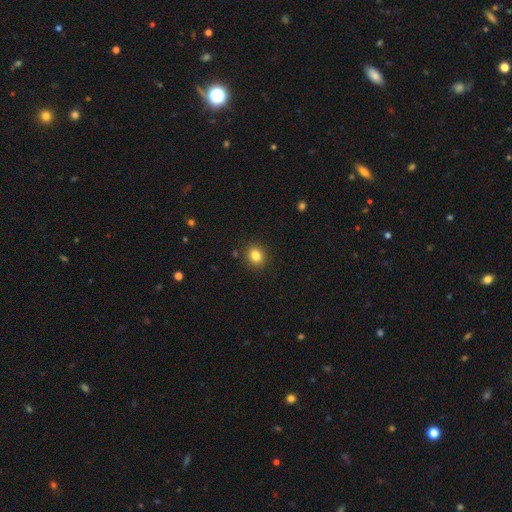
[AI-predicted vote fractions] smooth_or_featured: smooth (p=0.83) [alt: star or artifact p=0.11]
how_rounded: round (p=0.73) [alt: in between p=0.27]
merging: none (p=0.90) [alt: minor disturbance p=0.07]